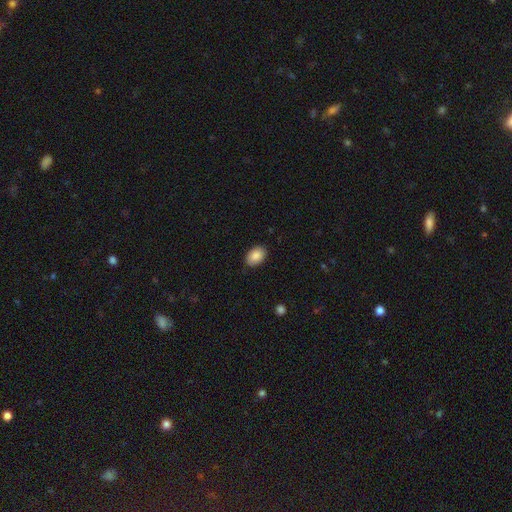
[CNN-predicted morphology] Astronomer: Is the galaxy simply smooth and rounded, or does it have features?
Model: smooth — 88%.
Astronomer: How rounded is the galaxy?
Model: in between — 88%.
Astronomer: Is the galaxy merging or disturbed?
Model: none — 86%.